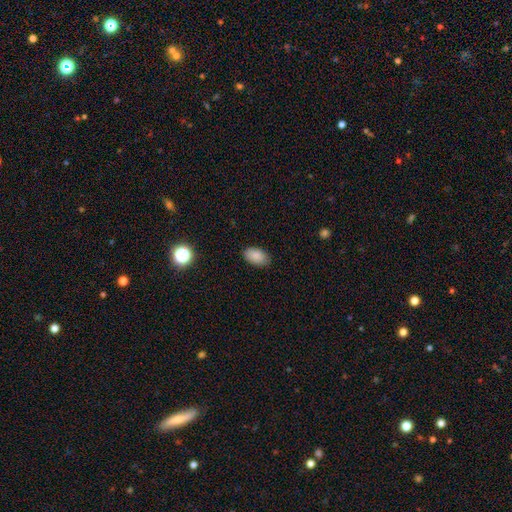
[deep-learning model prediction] smooth-or-featured: smooth: 87% | star or artifact: 8% | featured or disk: 5%
  how-rounded: in between: 93% | round: 6% | cigar-shaped: 1%
  merging: none: 84% | minor disturbance: 12% | major disturbance: 2% | merger: 1%